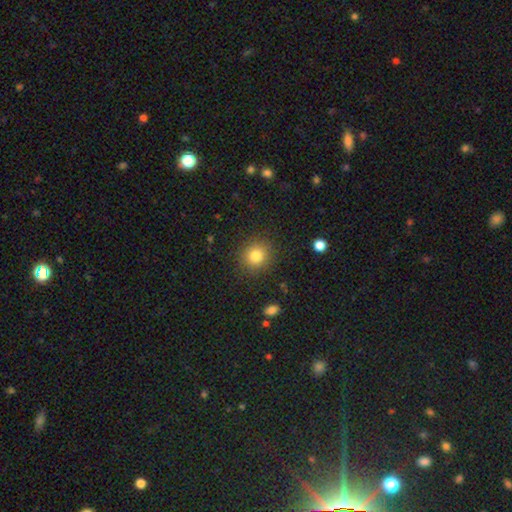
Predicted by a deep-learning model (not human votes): Q: Smooth or featured?
A: smooth (81%); runner-up: star or artifact (12%)
Q: How rounded?
A: round (87%); runner-up: in between (12%)
Q: Merging?
A: none (88%); runner-up: minor disturbance (7%)